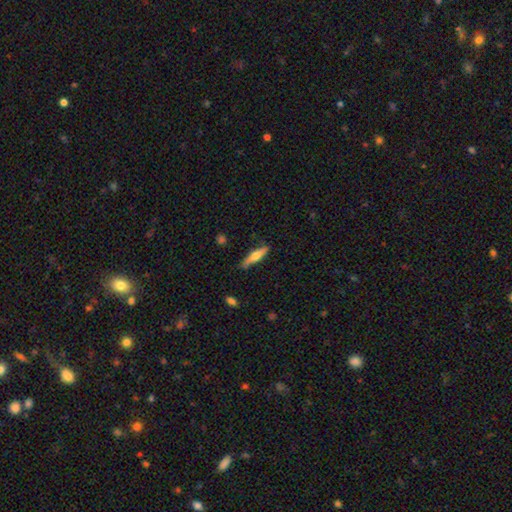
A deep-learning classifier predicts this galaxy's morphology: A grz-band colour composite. It shows a smooth galaxy with no disk features (52%) that is cigar-shaped (81%). Merging: none (81%).